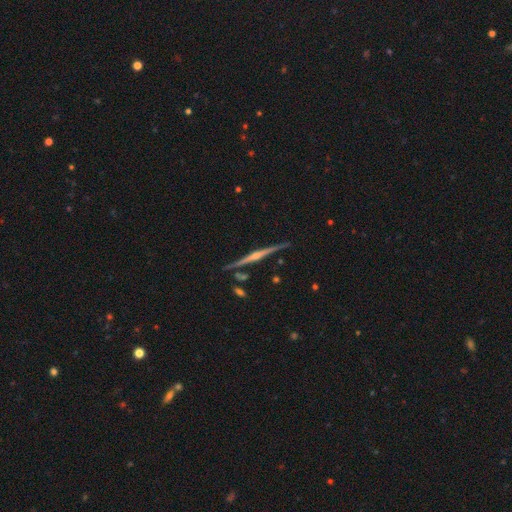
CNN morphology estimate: smooth-or-featured: featured or disk: 82% | smooth: 11% | star or artifact: 7%
  disk-edge-on: yes: 97% | no: 3%
    edge-on-bulge: rounded: 75% | none: 17% | boxy: 9%
  merging: none: 84% | minor disturbance: 9% | merger: 4% | major disturbance: 3%